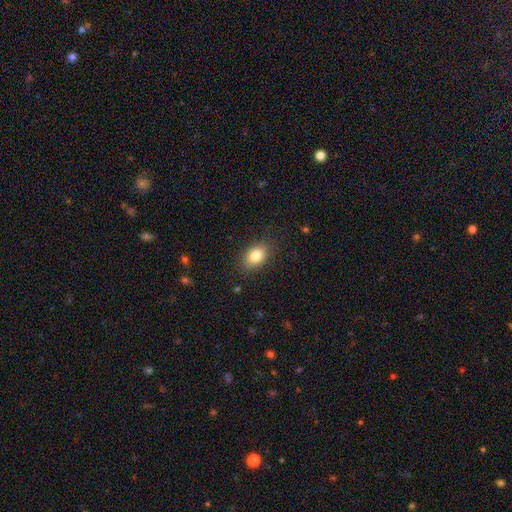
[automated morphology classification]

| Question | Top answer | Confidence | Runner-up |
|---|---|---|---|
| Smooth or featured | smooth | 81% | featured or disk (10%) |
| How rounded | in between | 83% | round (15%) |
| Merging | none | 85% | minor disturbance (11%) |